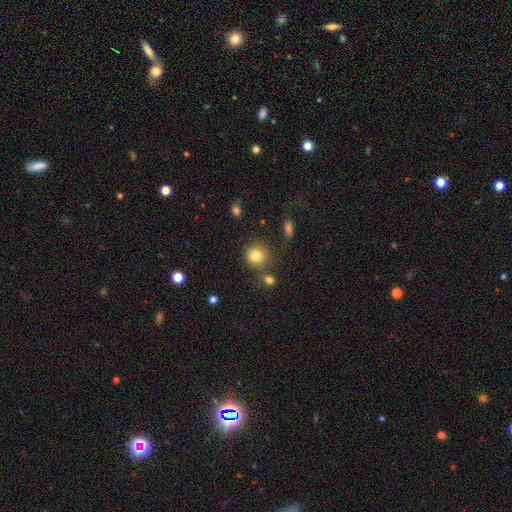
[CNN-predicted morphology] type=smooth (80%); roundness=round (89%); merging=none (75%).